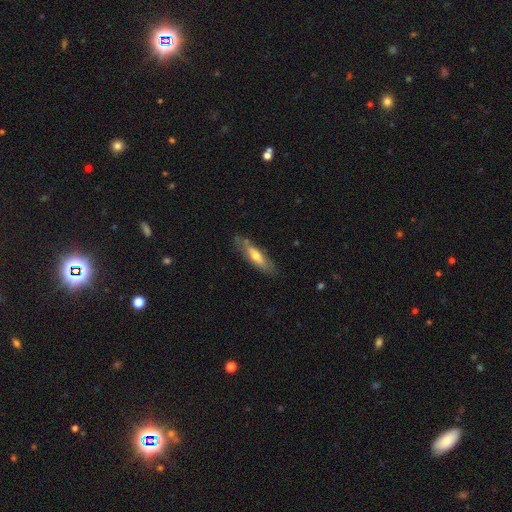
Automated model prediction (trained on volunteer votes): The model was most divided on "smooth or featured": smooth: 50%, featured or disk: 44%, star or artifact: 6%. More confident: merging — none (73%); how rounded — cigar-shaped (66%).